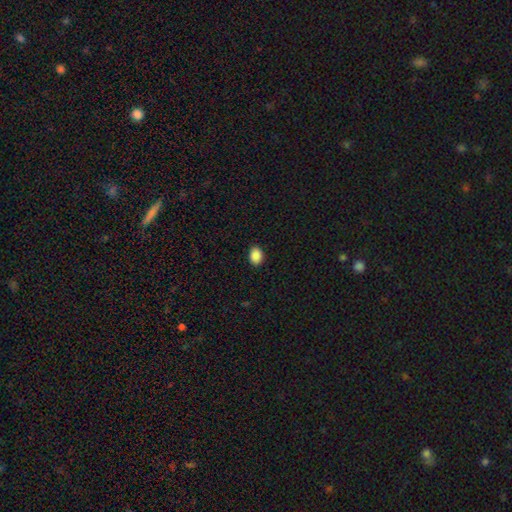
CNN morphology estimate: The model was most divided on "how rounded": in between: 68%, round: 31%, cigar-shaped: 1%. More confident: smooth or featured — smooth (89%); merging — none (89%).